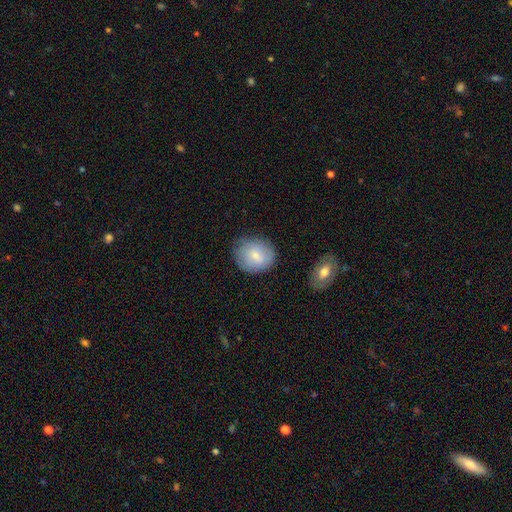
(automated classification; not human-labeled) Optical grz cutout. It shows a smooth galaxy with no disk features (74%) that is round (63%). Merging: none (75%).